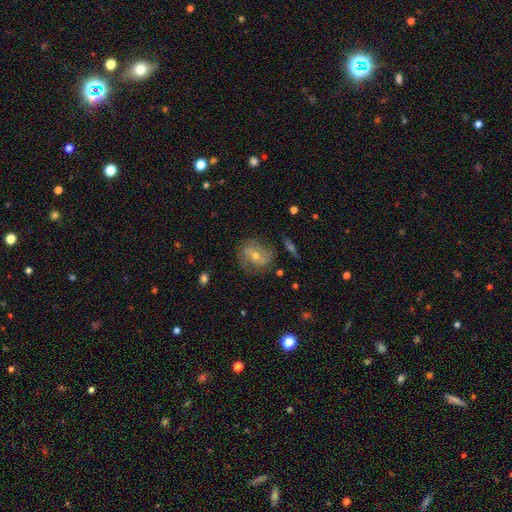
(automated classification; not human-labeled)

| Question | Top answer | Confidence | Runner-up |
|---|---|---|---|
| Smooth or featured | featured or disk | 75% | smooth (15%) |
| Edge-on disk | no | 96% | yes (4%) |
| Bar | weak | 42% | no (36%) |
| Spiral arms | yes | 88% | no (12%) |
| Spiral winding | medium | 44% | tight (38%) |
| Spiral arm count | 2 | 67% | can't tell (18%) |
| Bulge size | moderate | 54% | small (42%) |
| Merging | none | 73% | minor disturbance (17%) |